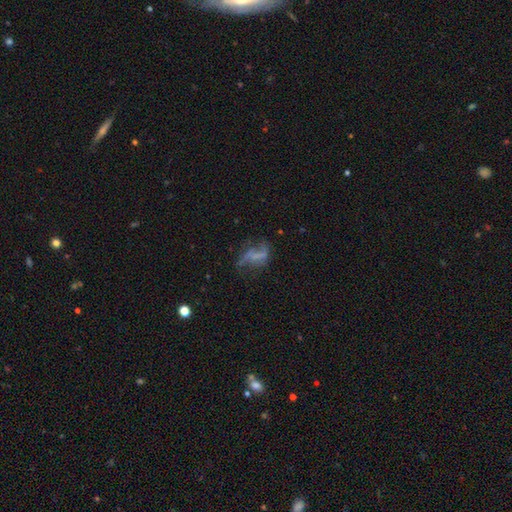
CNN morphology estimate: Q: Smooth or featured?
A: featured or disk (54%); runner-up: smooth (30%)
Q: Edge-on disk?
A: no (94%); runner-up: yes (6%)
Q: Bar?
A: no (50%); runner-up: weak (25%)
Q: Spiral arms?
A: no (50%); tied with: yes (50%)
Q: Bulge size?
A: none (75%); runner-up: small (15%)
Q: Merging?
A: none (39%); runner-up: major disturbance (34%)